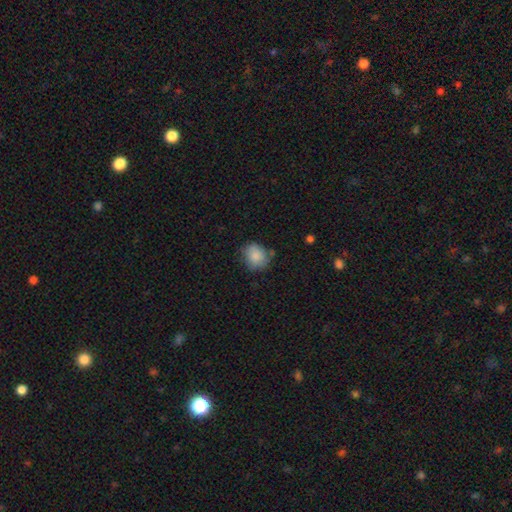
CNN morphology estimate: Smooth or featured?
  - smooth: 85% *
  - star or artifact: 8%
  - featured or disk: 7%
How rounded?
  - round: 67% *
  - in between: 32%
  - cigar-shaped: 1%
Merging?
  - none: 70% *
  - minor disturbance: 21%
  - major disturbance: 5%
  - merger: 4%